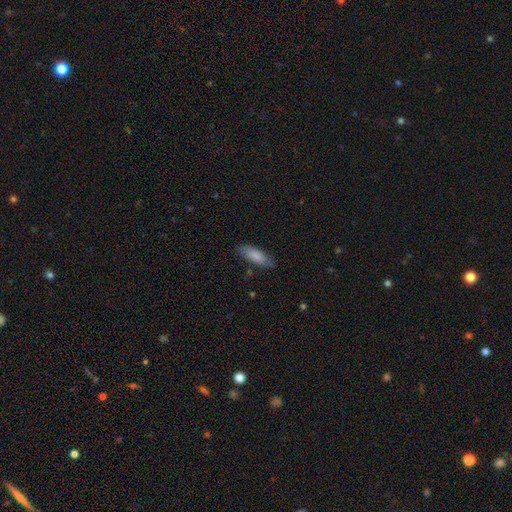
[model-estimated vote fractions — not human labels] smooth 83%, featured or disk 11%, star or artifact 6%. Down the decision tree: how rounded — in between (59%); merging — none (81%).